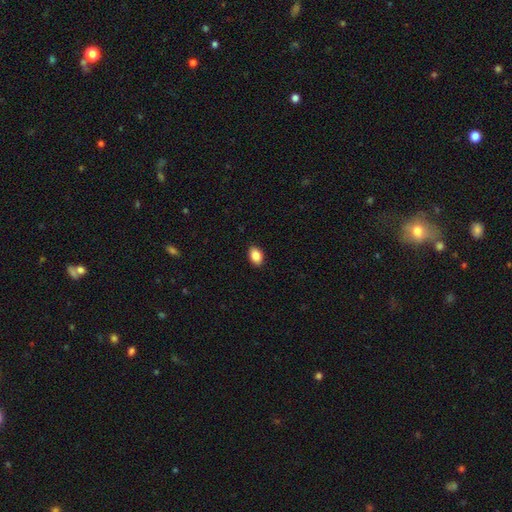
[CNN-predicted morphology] type=smooth (87%); roundness=in between (86%); merging=none (90%).